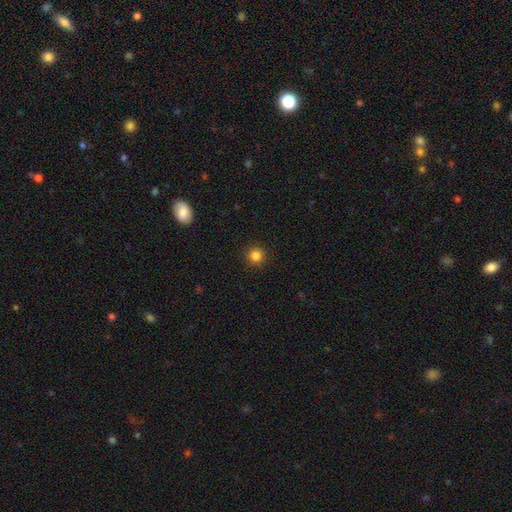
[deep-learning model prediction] Smooth or featured?
  - smooth: 84% *
  - star or artifact: 12%
  - featured or disk: 4%
How rounded?
  - round: 95% *
  - in between: 4%
  - cigar-shaped: 1%
Merging?
  - none: 93% *
  - minor disturbance: 5%
  - major disturbance: 2%
  - merger: 1%